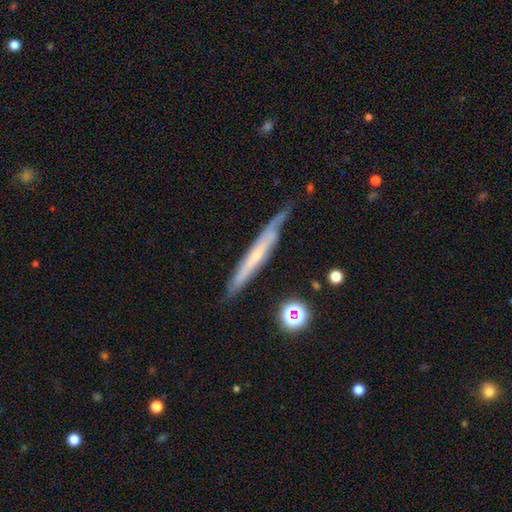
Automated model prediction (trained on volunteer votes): smooth-or-featured: featured or disk: 61% | smooth: 32% | star or artifact: 8%
  disk-edge-on: yes: 83% | no: 17%
    edge-on-bulge: none: 64% | rounded: 30% | boxy: 6%
  merging: none: 64% | minor disturbance: 27% | major disturbance: 6% | merger: 3%